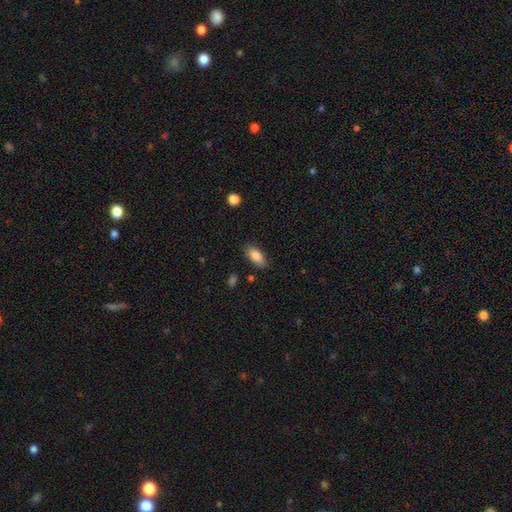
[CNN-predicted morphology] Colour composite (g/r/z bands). It shows a smooth galaxy with no disk features (84%) that is in between round and cigar-shaped (89%). Merging: none (85%).